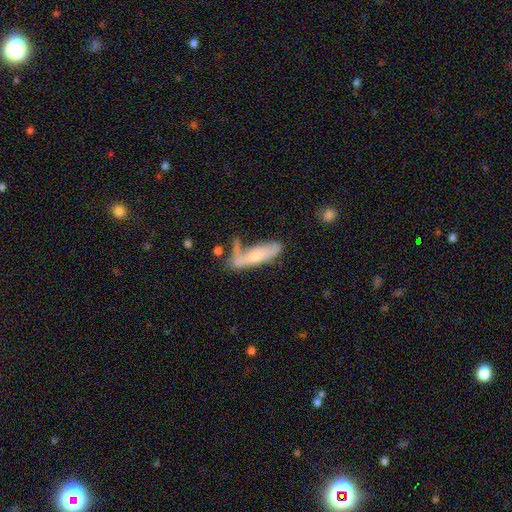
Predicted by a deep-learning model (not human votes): Morphology: type=smooth (54%); roundness=cigar-shaped (63%); merging=none (38%).